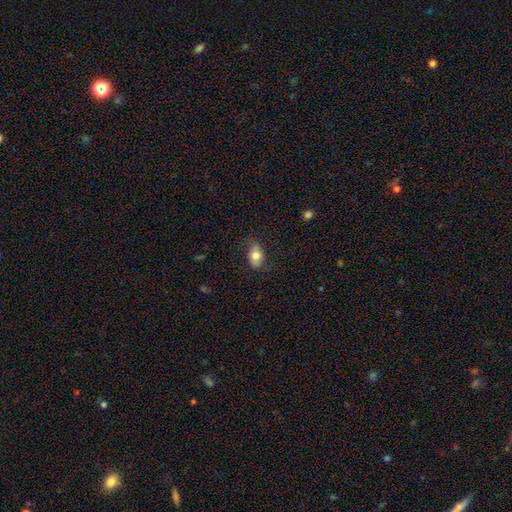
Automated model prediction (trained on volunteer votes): This appears to be a smooth galaxy with no disk features (77%) that is in between round and cigar-shaped (85%). Merging: none (74%).